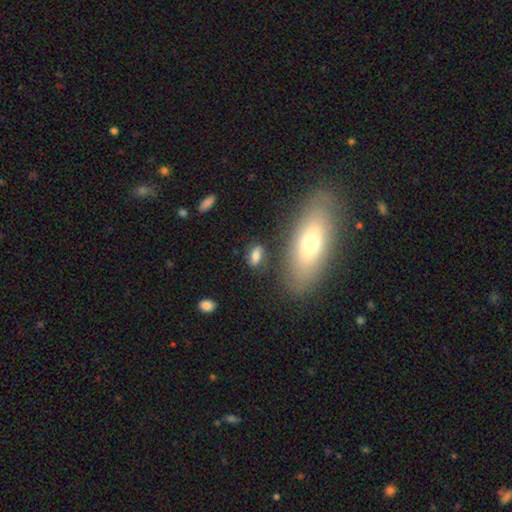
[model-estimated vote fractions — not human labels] smooth 66%, featured or disk 22%, star or artifact 12%. Down the decision tree: how rounded — in between (80%); merging — none (73%).